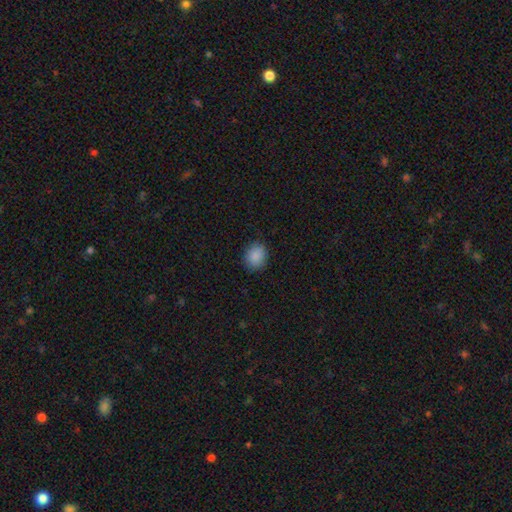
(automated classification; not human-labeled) Smooth or featured? Predicted: smooth (p=0.88). How rounded? Predicted: round (p=0.65). Merging? Predicted: none (p=0.87).